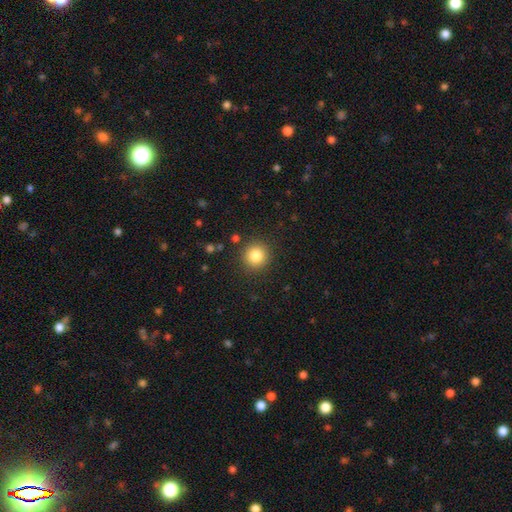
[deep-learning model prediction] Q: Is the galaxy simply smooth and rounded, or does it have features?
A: smooth — 83%.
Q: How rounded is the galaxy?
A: round — 94%.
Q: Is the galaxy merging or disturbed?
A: none — 90%.